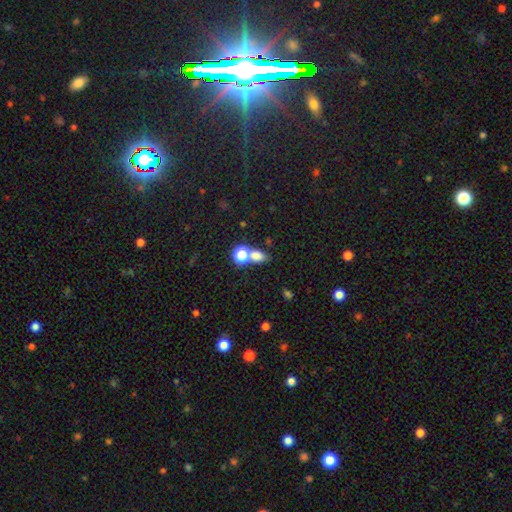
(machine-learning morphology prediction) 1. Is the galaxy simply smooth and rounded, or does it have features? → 71% smooth, 20% star or artifact, 9% featured or disk.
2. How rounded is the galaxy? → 63% in between, 34% round, 3% cigar-shaped.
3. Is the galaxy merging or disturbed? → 50% none, 36% merger, 9% minor disturbance, 5% major disturbance.